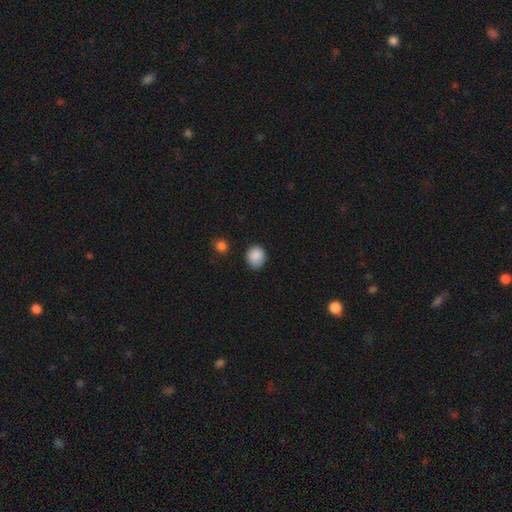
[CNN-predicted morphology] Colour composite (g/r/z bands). It shows a smooth galaxy with no disk features (88%) that is round (69%). Merging: none (77%).